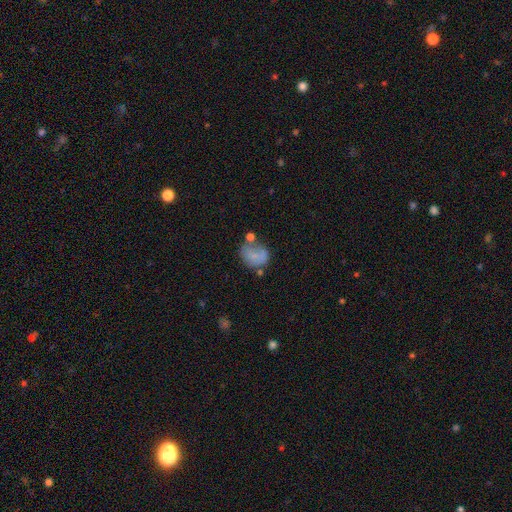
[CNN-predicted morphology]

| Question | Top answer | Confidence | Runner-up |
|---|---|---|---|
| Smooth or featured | smooth | 67% | featured or disk (22%) |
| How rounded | round | 54% | in between (45%) |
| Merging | none | 41% | minor disturbance (25%) |